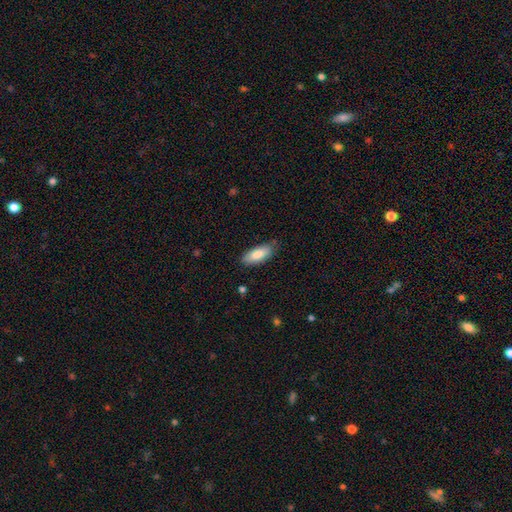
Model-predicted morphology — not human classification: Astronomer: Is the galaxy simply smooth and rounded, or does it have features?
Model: smooth — 82%.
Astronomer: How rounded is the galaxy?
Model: in between — 79%.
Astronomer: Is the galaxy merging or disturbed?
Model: none — 81%.